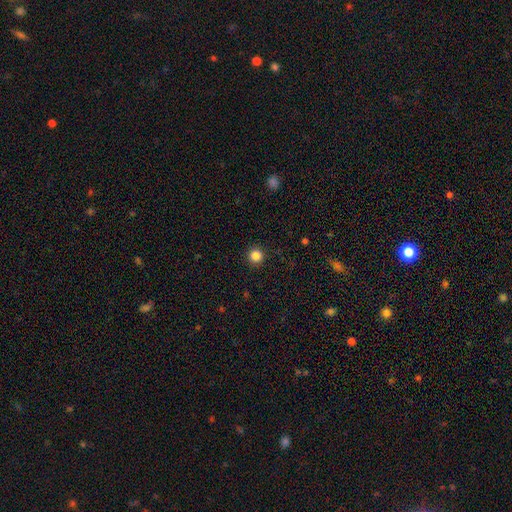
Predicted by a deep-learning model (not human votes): Smooth or featured: smooth — 85% (star or artifact — 11%)
How rounded: round — 95% (in between — 4%)
Merging: none — 93% (minor disturbance — 5%)